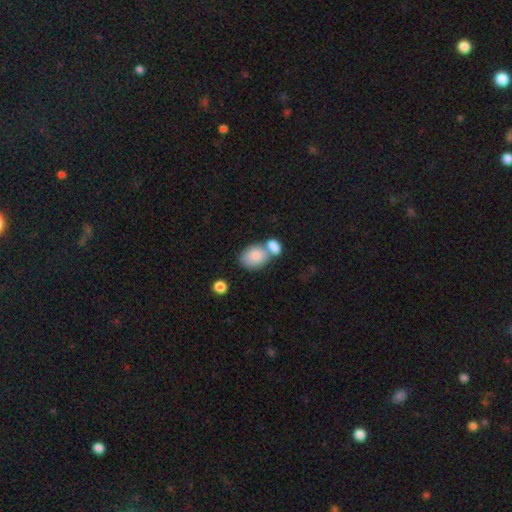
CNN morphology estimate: smooth_or_featured: smooth (p=0.80) [alt: featured or disk p=0.13]
how_rounded: in between (p=0.79) [alt: round p=0.20]
merging: merger (p=0.47) [alt: none p=0.36]